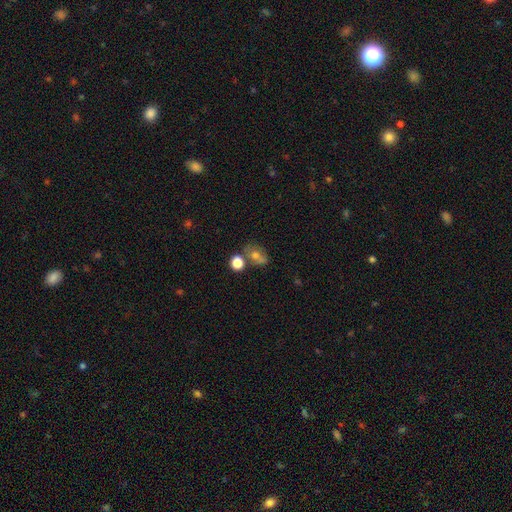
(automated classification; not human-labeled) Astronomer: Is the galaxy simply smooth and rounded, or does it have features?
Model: smooth — 61%.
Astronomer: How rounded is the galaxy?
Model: in between — 56% (runner-up: round, 42%).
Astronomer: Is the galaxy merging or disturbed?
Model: none — 49% (runner-up: merger, 28%).